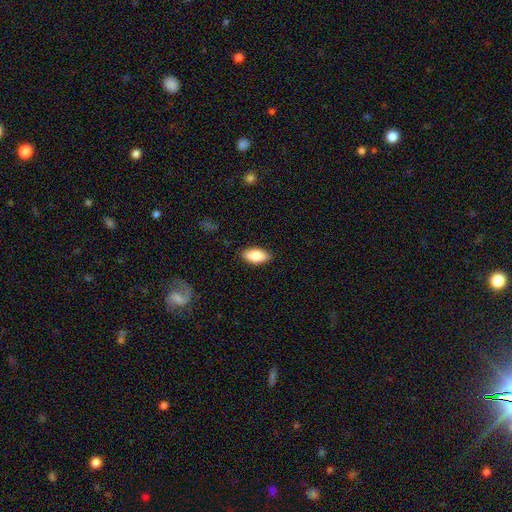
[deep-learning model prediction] Smooth or featured: smooth — 84% (featured or disk — 9%)
How rounded: in between — 92% (cigar-shaped — 6%)
Merging: none — 87% (minor disturbance — 10%)